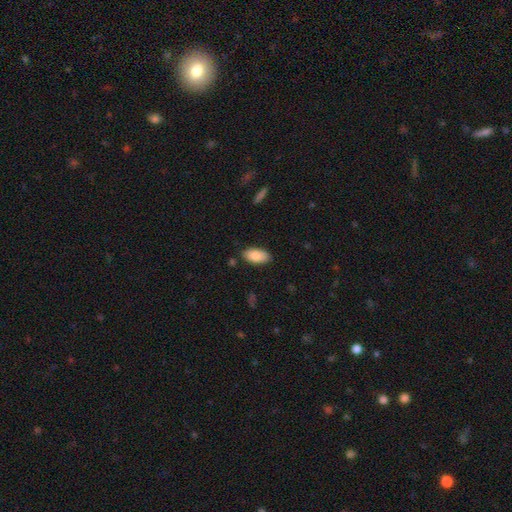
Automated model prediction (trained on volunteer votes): smooth-or-featured: smooth: 85% | featured or disk: 9% | star or artifact: 6%
  how-rounded: in between: 94% | cigar-shaped: 4% | round: 2%
  merging: none: 83% | minor disturbance: 13% | major disturbance: 2% | merger: 2%